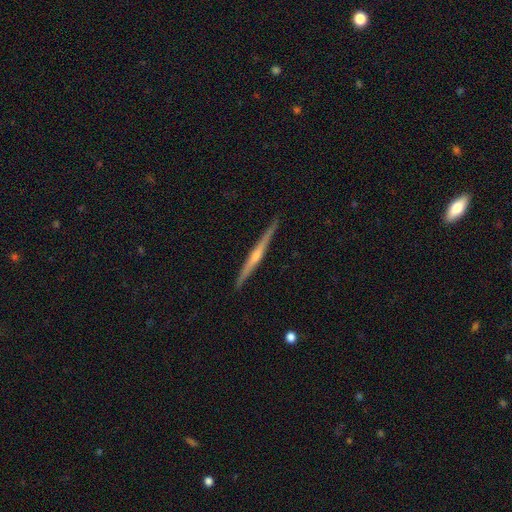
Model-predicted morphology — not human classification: Smooth or featured? featured or disk (80%)
Edge-on disk? yes (98%)
Edge-on bulge? rounded (80%)
Merging? none (92%)